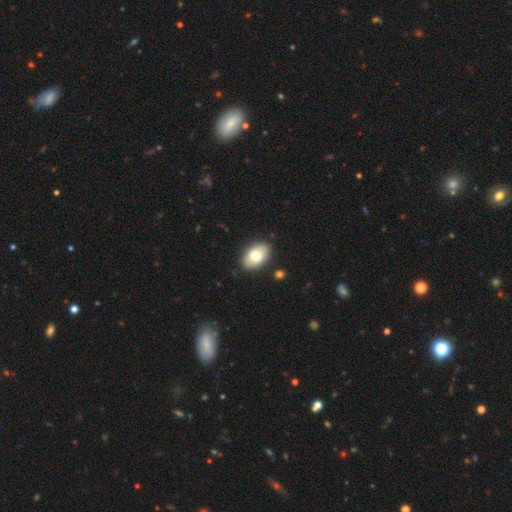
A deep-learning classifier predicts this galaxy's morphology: Smooth or featured: smooth — 74% (featured or disk — 19%)
How rounded: in between — 89% (round — 9%)
Merging: none — 87% (minor disturbance — 9%)